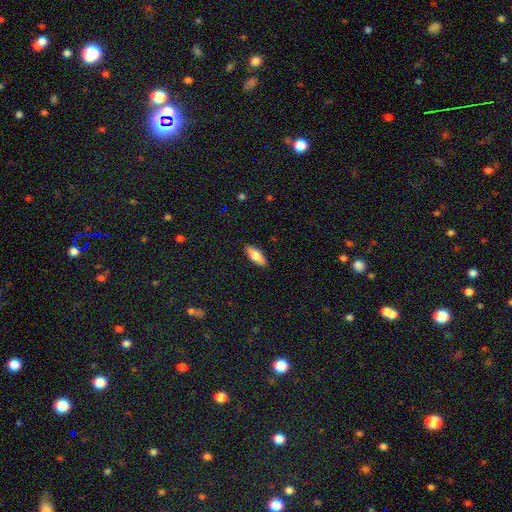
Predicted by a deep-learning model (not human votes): A smooth galaxy with no disk features (79%) that is in between round and cigar-shaped (70%). Merging: none (89%).